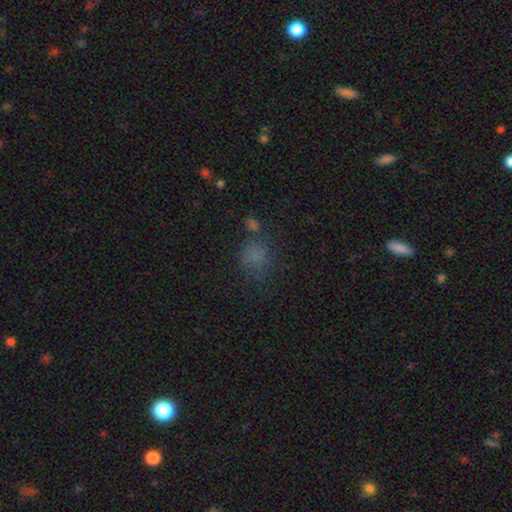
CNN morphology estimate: type=smooth (66%); roundness=round (69%); merging=none (60%).